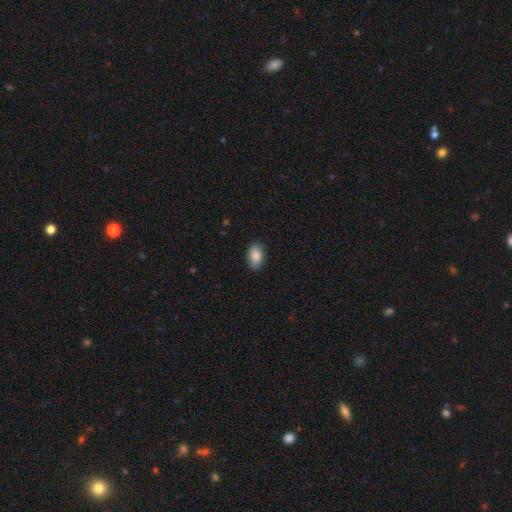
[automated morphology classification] Smooth or featured? smooth (88%)
How rounded? in between (92%)
Merging? none (87%)